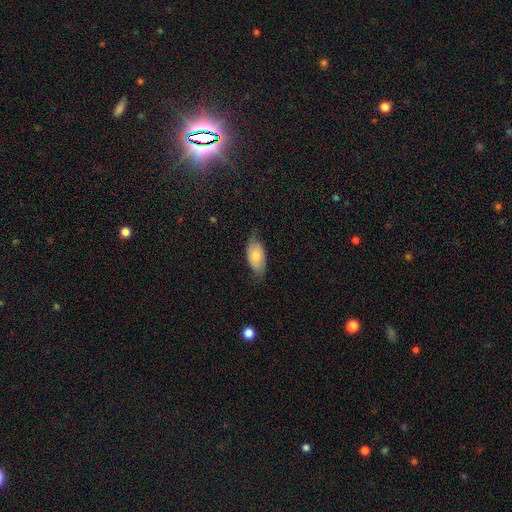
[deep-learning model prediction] Morphology: type=smooth (58%); roundness=in between (92%); merging=none (62%).